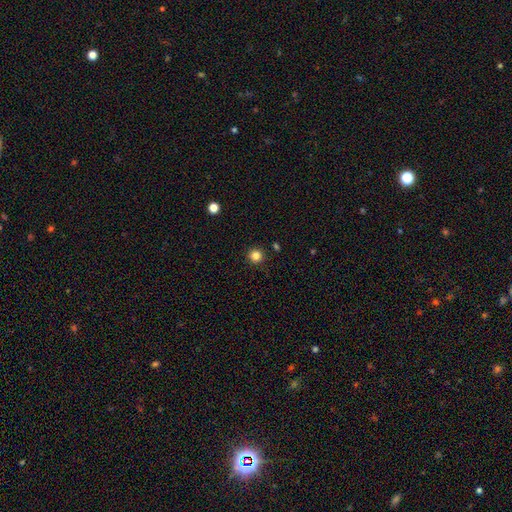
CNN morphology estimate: A smooth galaxy with no disk features (84%) that is round (95%). Merging: none (91%).